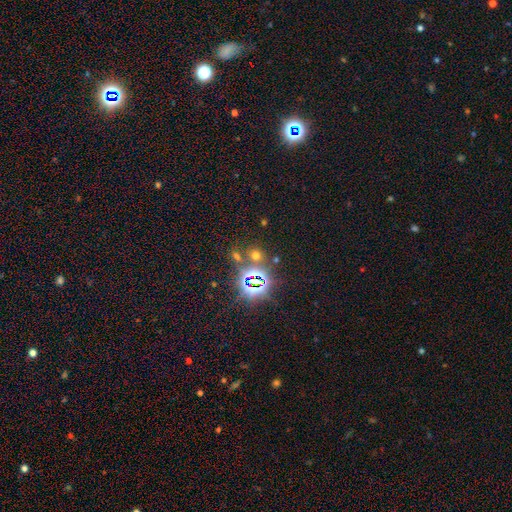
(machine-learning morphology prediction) type=star or artifact (50%).